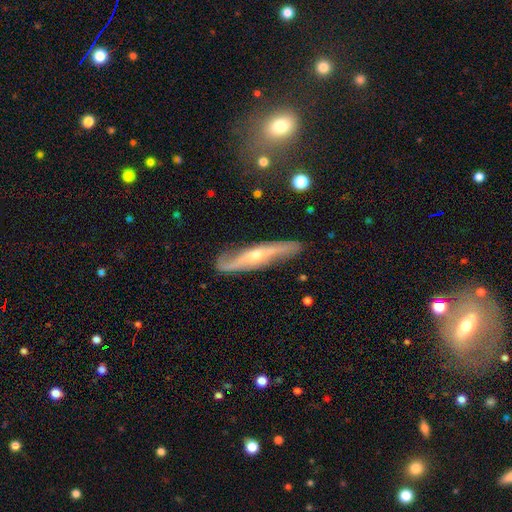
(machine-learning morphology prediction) Q: Smooth or featured?
A: featured or disk (78%); runner-up: smooth (15%)
Q: Edge-on disk?
A: no (51%); runner-up: yes (49%)
Q: Merging?
A: none (77%); runner-up: minor disturbance (16%)